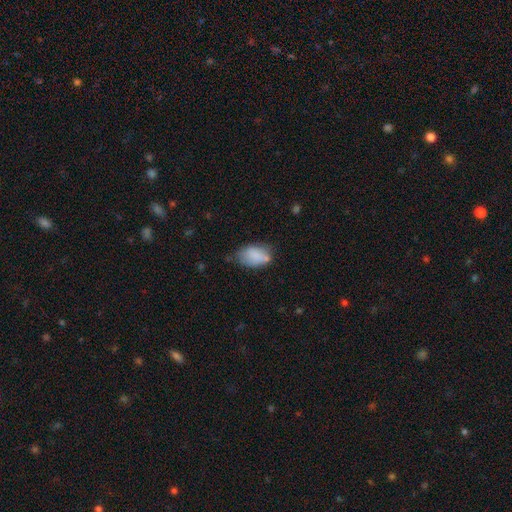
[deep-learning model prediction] smooth 81%, featured or disk 11%, star or artifact 8%. Down the decision tree: how rounded — in between (90%); merging — none (48%).